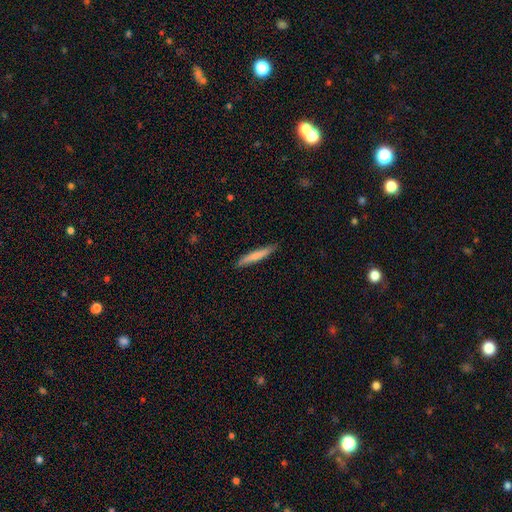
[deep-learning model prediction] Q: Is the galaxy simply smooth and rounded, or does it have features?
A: smooth — 74%.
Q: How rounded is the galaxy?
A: cigar-shaped — 95%.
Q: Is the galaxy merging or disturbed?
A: none — 88%.